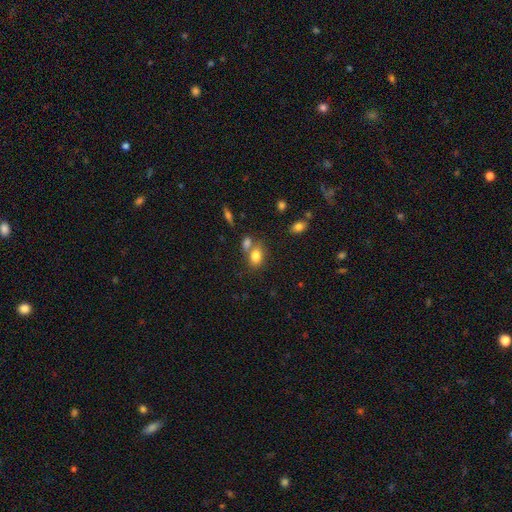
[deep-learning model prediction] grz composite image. It shows a smooth galaxy with no disk features (80%) that is in between round and cigar-shaped (74%). Merging: none (48%).